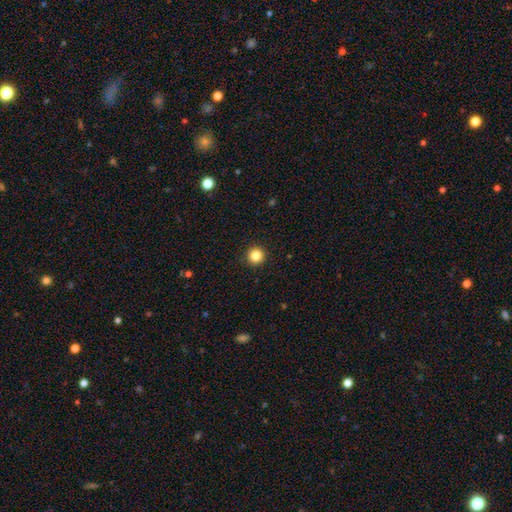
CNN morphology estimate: Smooth or featured? smooth (85%)
How rounded? round (96%)
Merging? none (94%)